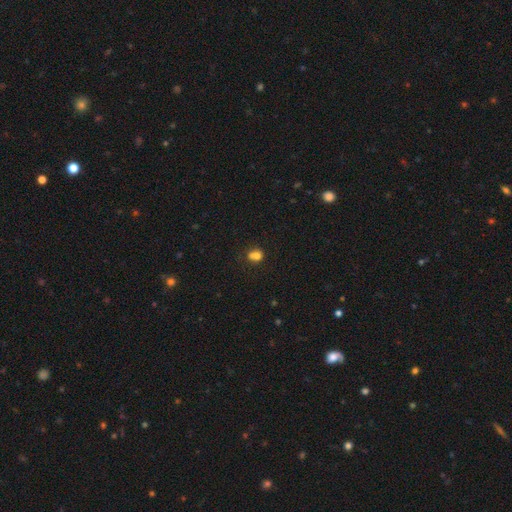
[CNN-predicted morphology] Smooth or featured? Predicted: smooth (p=0.72). How rounded? Predicted: round (p=0.62). Merging? Predicted: merger (p=0.47).